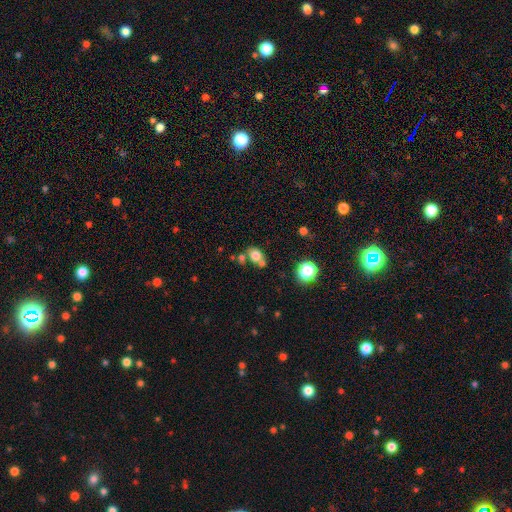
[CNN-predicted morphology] smooth 75%, star or artifact 14%, featured or disk 12%. Down the decision tree: how rounded — round (51%); merging — none (51%).